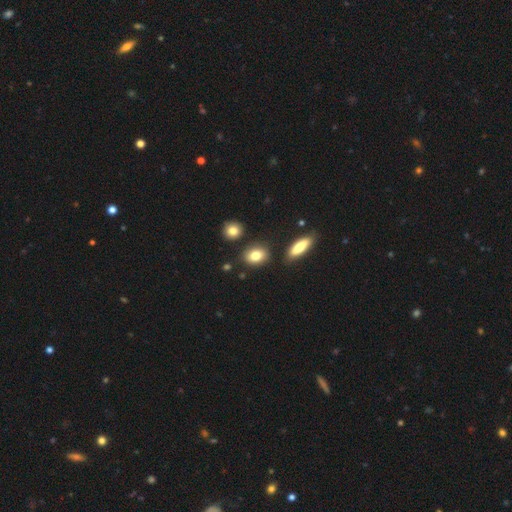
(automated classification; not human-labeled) Smooth or featured? Predicted: smooth (p=0.83). How rounded? Predicted: in between (p=0.70). Merging? Predicted: none (p=0.81).